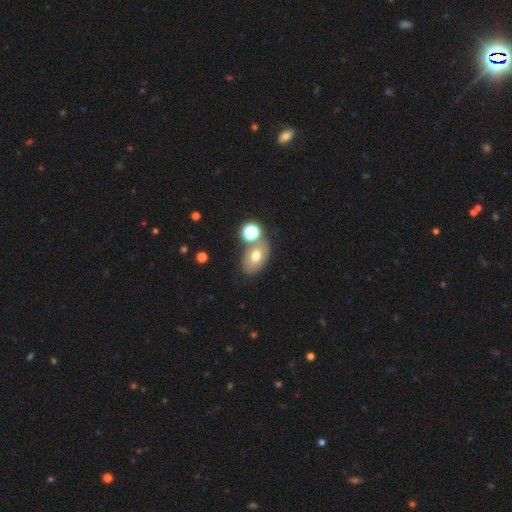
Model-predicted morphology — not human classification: Smooth or featured?
  - smooth: 67% *
  - featured or disk: 21%
  - star or artifact: 12%
How rounded?
  - in between: 81% *
  - round: 17%
  - cigar-shaped: 1%
Merging?
  - none: 62% *
  - merger: 20%
  - minor disturbance: 13%
  - major disturbance: 5%